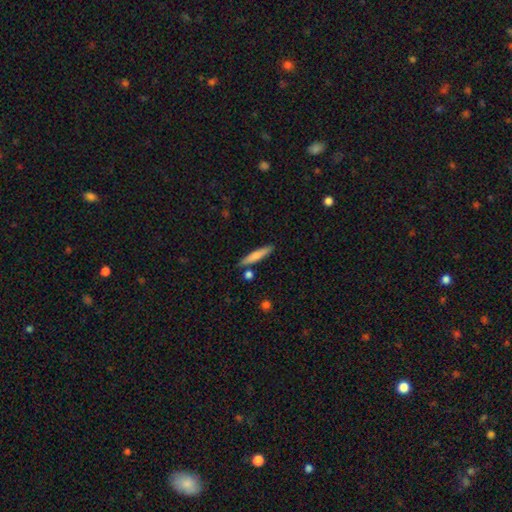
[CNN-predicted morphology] A smooth galaxy with no disk features (73%) that is cigar-shaped (89%). Merging: none (84%).